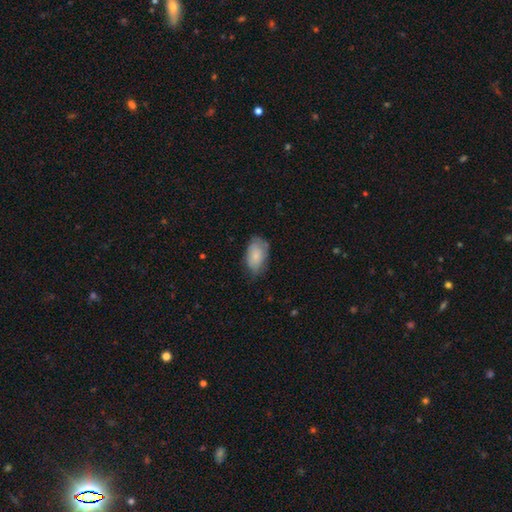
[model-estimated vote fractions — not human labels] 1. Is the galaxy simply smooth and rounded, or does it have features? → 79% smooth, 15% featured or disk, 6% star or artifact.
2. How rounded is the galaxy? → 93% in between, 6% round, 2% cigar-shaped.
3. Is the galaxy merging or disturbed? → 62% none, 29% minor disturbance, 7% major disturbance, 1% merger.